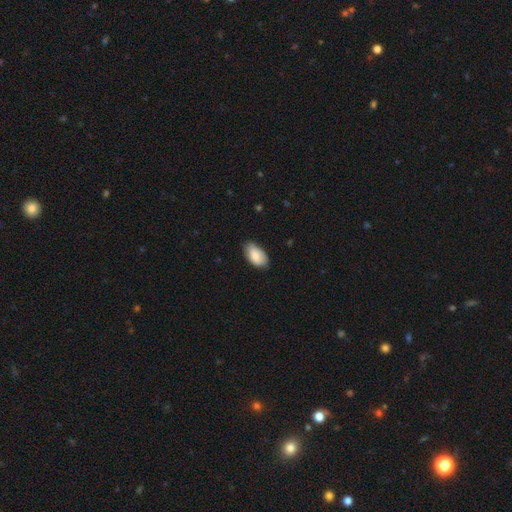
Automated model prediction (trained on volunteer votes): smooth 81%, featured or disk 13%, star or artifact 6%. Down the decision tree: how rounded — in between (95%); merging — none (75%).